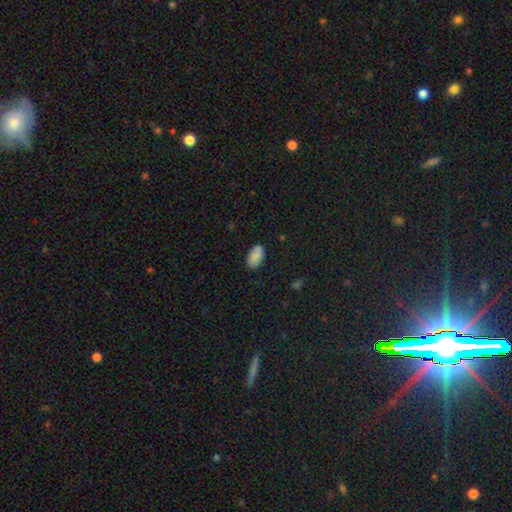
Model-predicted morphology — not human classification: Smooth or featured? smooth (87%)
How rounded? in between (95%)
Merging? none (84%)